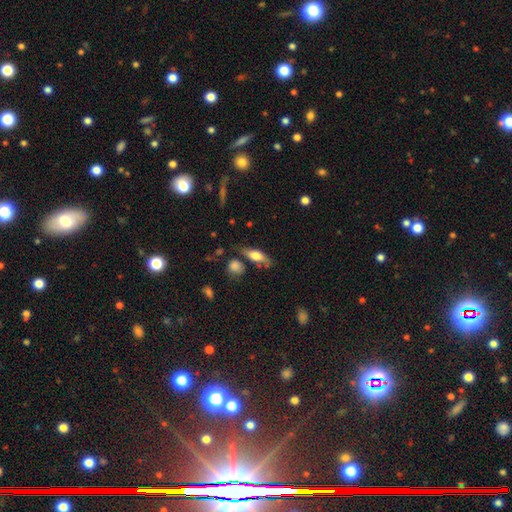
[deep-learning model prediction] Smooth or featured? Predicted: smooth (p=0.60). How rounded? Predicted: in between (p=0.62). Merging? Predicted: none (p=0.63).